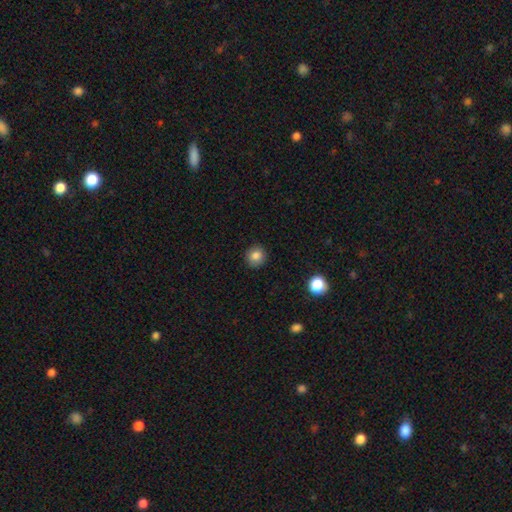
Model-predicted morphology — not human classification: This appears to be a smooth galaxy with no disk features (84%) that is round (92%). Merging: none (90%).